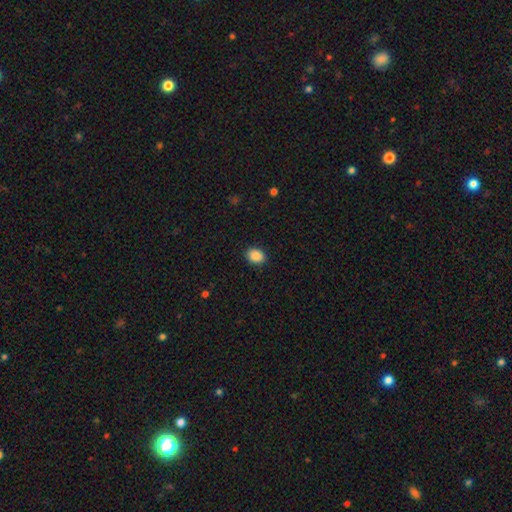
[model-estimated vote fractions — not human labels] Smooth or featured? Predicted: smooth (p=0.89). How rounded? Predicted: in between (p=0.61). Merging? Predicted: none (p=0.90).